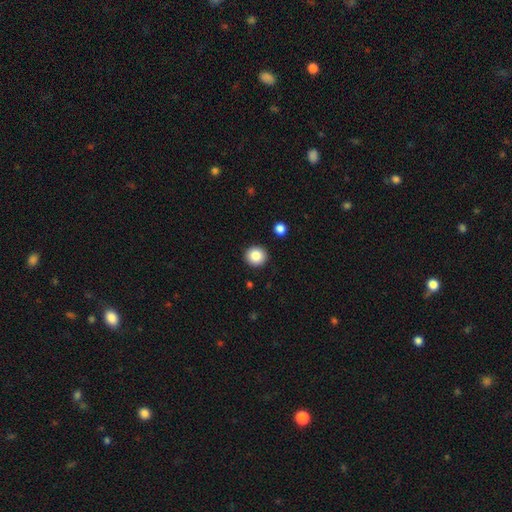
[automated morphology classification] This is clearly a smooth galaxy (86%). How rounded: clearly round (91%). Merging: clearly none (91%).